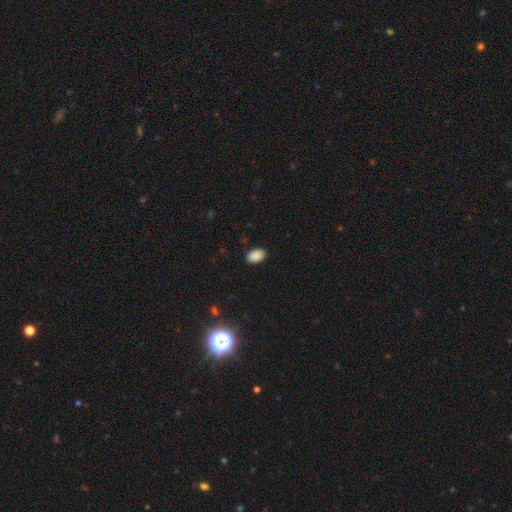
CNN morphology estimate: Smooth or featured: smooth — 88% (star or artifact — 9%)
How rounded: in between — 89% (round — 10%)
Merging: none — 88% (minor disturbance — 9%)